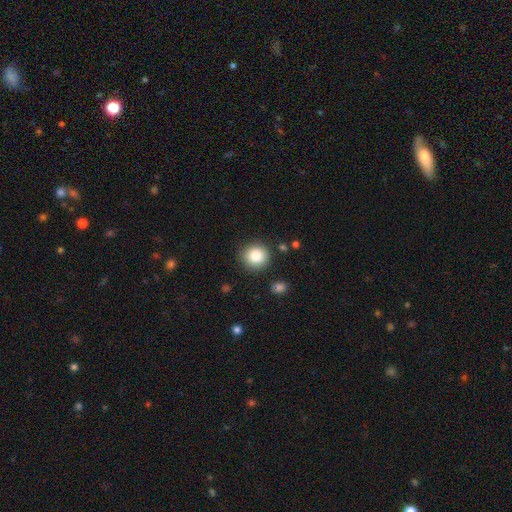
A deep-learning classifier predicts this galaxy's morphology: smooth_or_featured: smooth (p=0.83) [alt: star or artifact p=0.10]
how_rounded: round (p=0.91) [alt: in between p=0.08]
merging: none (p=0.88) [alt: minor disturbance p=0.08]